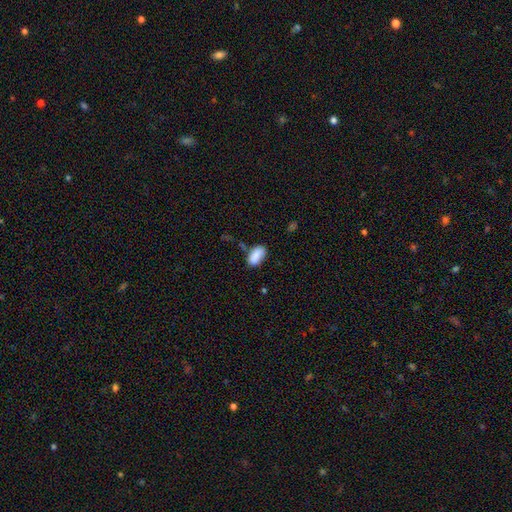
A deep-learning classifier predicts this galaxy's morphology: This is clearly a smooth galaxy (83%). How rounded: clearly in between (92%). Merging: likely none (61%).